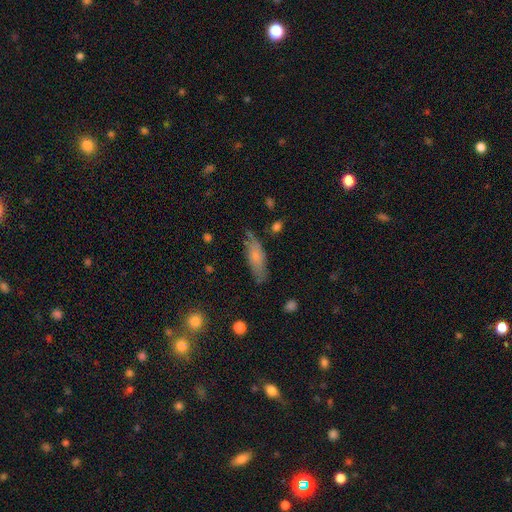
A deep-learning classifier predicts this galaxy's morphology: Smooth or featured? Predicted: smooth (p=0.64). How rounded? Predicted: in between (p=0.53). Merging? Predicted: none (p=0.70).